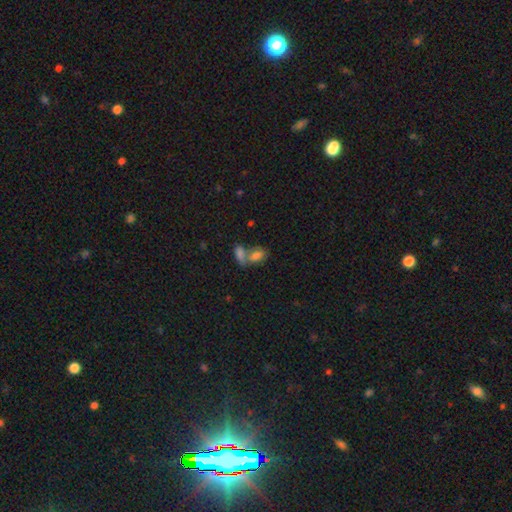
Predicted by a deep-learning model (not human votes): A smooth galaxy with no disk features (78%) that is in between round and cigar-shaped (89%).

Vote fractions:
- Smooth or featured? smooth: 78% / featured or disk: 13% / star or artifact: 10%
- How rounded? in between: 89% / round: 7% / cigar-shaped: 4%
- Merging? merger: 57% / none: 30% / minor disturbance: 9% / major disturbance: 4%